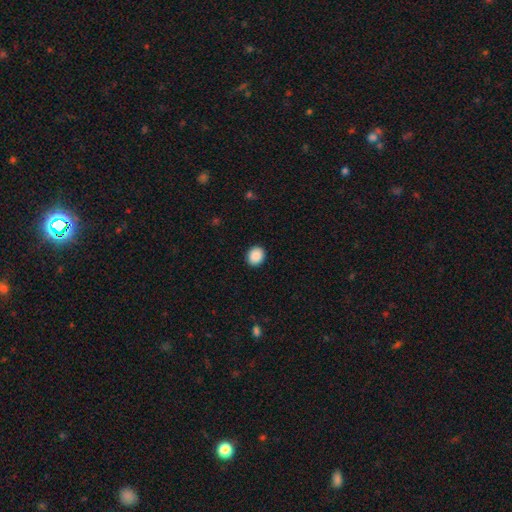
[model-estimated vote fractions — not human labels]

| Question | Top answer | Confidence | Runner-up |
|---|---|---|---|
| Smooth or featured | smooth | 90% | star or artifact (8%) |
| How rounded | round | 71% | in between (28%) |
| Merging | none | 92% | minor disturbance (6%) |